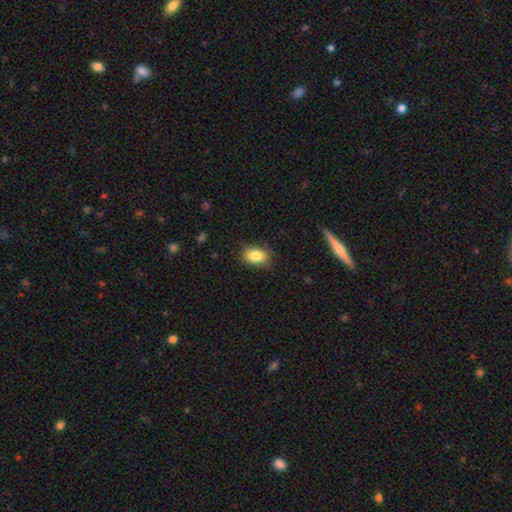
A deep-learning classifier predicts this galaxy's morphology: The model was most divided on "merging": none: 83%, minor disturbance: 13%, major disturbance: 3%, merger: 1%. More confident: smooth or featured — smooth (85%); how rounded — in between (84%).